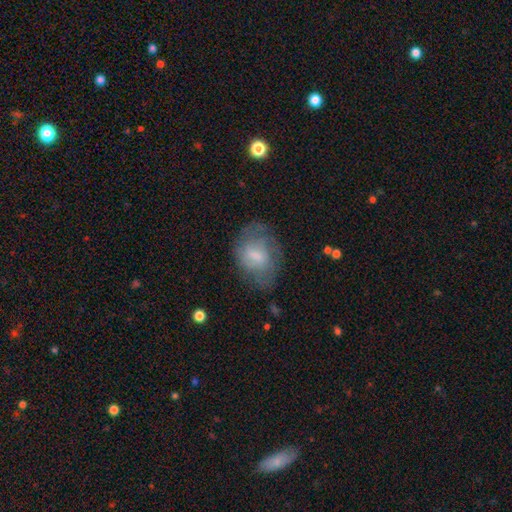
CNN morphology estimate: The model was most divided on "smooth or featured": smooth: 54%, featured or disk: 38%, star or artifact: 8%. More confident: how rounded — in between (67%); merging — none (55%).